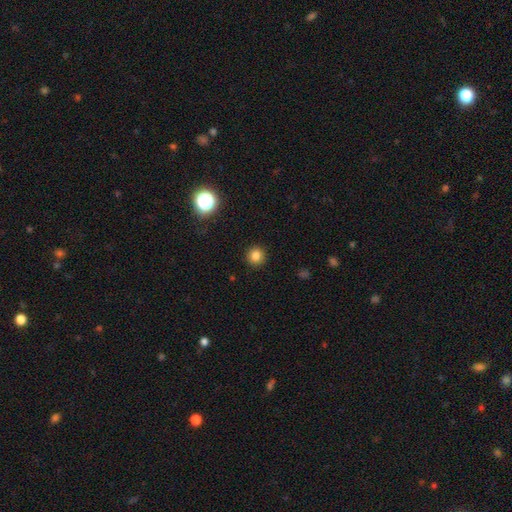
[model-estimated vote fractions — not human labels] smooth_or_featured: smooth (p=0.82) [alt: star or artifact p=0.13]
how_rounded: round (p=0.94) [alt: in between p=0.05]
merging: none (p=0.92) [alt: minor disturbance p=0.05]